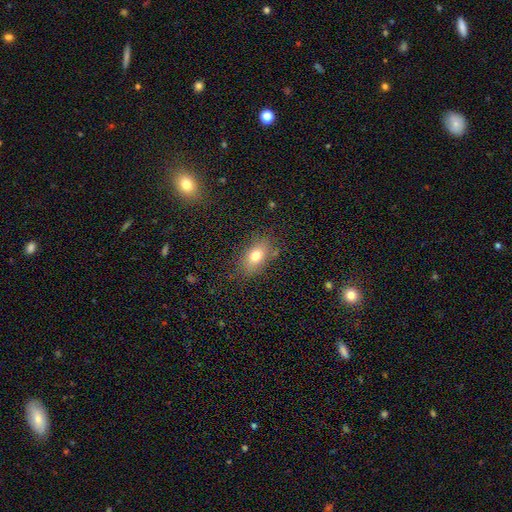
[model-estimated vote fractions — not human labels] Overall: smooth (76%). How rounded: in between (83%). Merging: none (79%).